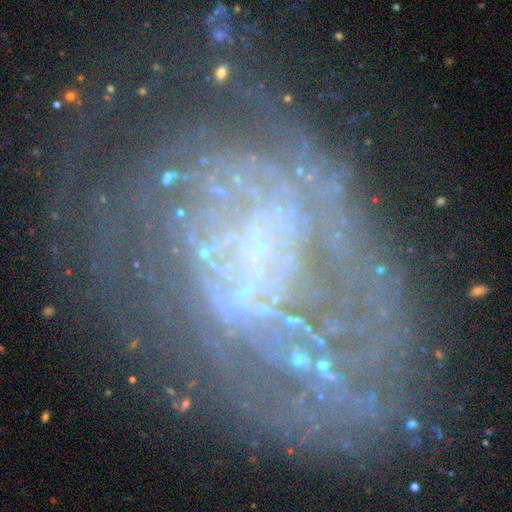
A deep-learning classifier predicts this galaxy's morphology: This is likely a featured or disk galaxy (75%). It is clearly not viewed edge-on (97%). Bar: likely no (61%). Spiral arm pattern: likely yes (65%). Central bulge: possibly none (53%). Merging: possibly none (50%).